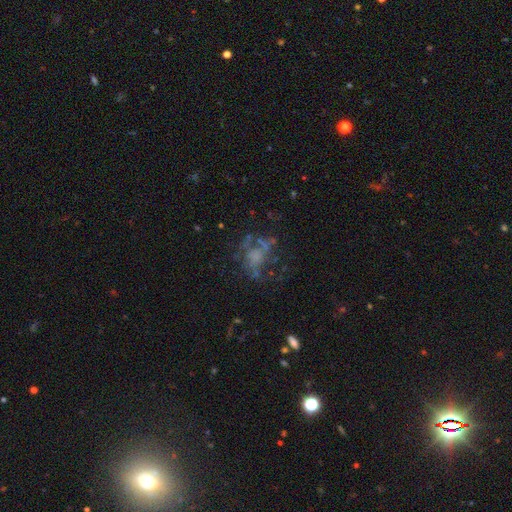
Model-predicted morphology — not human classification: Q: Smooth or featured?
A: featured or disk (56%); runner-up: smooth (25%)
Q: Edge-on disk?
A: no (97%); runner-up: yes (3%)
Q: Bar?
A: no (85%); runner-up: weak (12%)
Q: Spiral arms?
A: no (70%); runner-up: yes (30%)
Q: Bulge size?
A: none (55%); runner-up: moderate (18%)
Q: Merging?
A: none (47%); runner-up: major disturbance (30%)